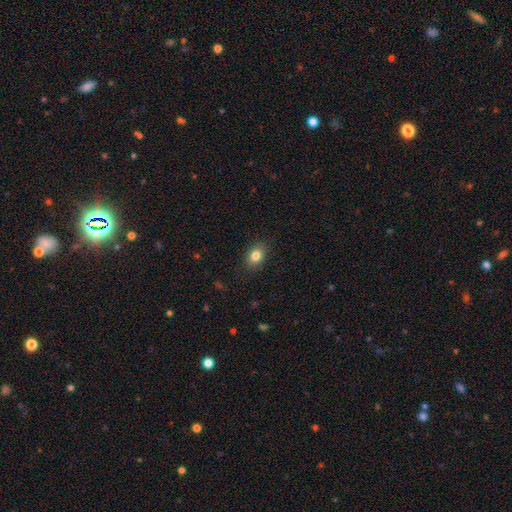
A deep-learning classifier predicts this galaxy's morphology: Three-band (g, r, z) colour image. It shows a smooth galaxy with no disk features (82%) that is in between round and cigar-shaped (71%). Merging: none (86%).